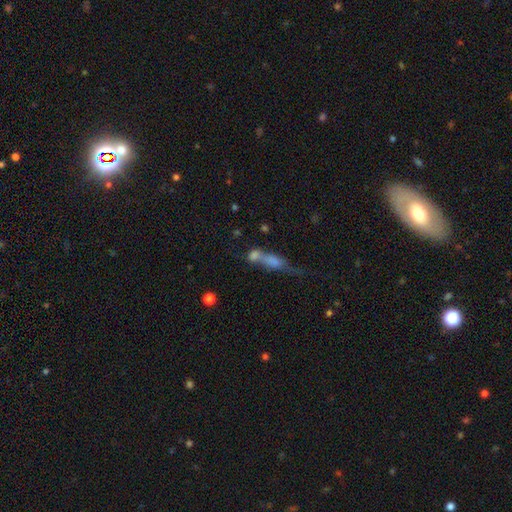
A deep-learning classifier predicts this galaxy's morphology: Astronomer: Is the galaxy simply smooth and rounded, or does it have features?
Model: featured or disk — 36% (runner-up: star or artifact, 33%).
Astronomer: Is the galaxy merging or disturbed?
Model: none — 65%.